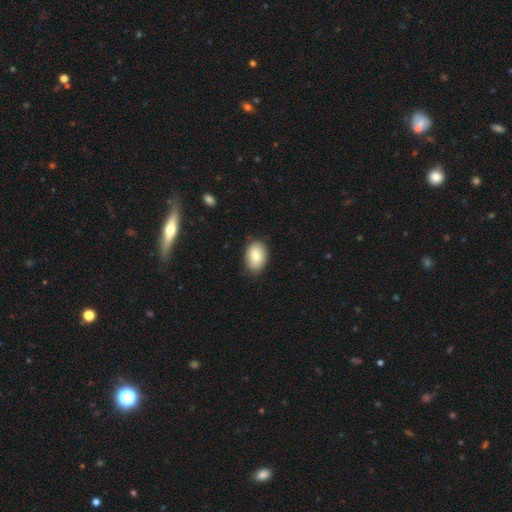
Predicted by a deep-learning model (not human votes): Smooth or featured? smooth (78%)
How rounded? in between (83%)
Merging? none (83%)